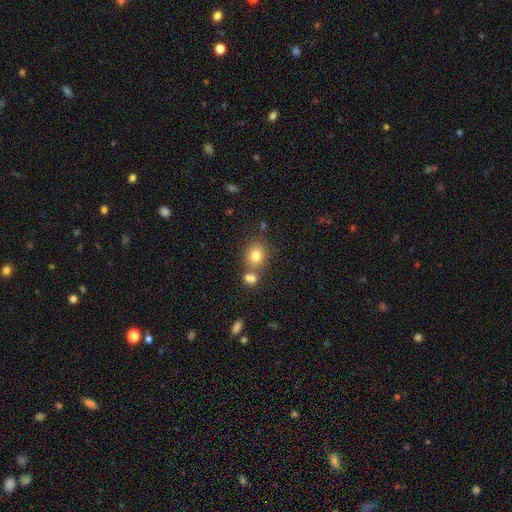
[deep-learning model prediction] smooth_or_featured: smooth (p=0.79) [alt: star or artifact p=0.12]
how_rounded: round (p=0.67) [alt: in between p=0.33]
merging: none (p=0.62) [alt: merger p=0.24]